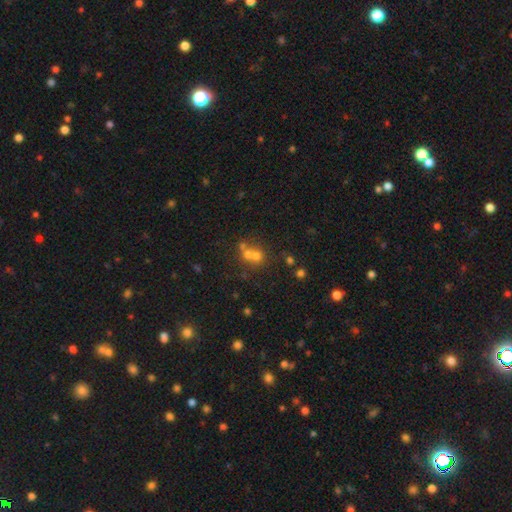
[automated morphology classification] Overall: smooth (58%; featured or disk 21%). How rounded: round (80%). Merging: merger (53%; none 37%).